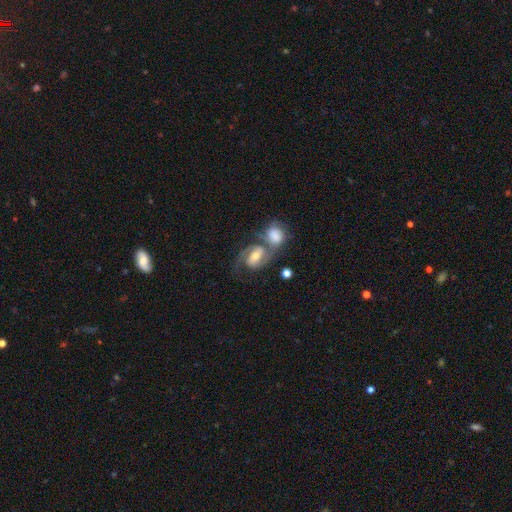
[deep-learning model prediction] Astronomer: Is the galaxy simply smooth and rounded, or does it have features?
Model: featured or disk — 79%.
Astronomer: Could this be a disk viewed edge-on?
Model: no — 97%.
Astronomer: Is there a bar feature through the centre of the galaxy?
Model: weak — 45% (runner-up: no, 29%).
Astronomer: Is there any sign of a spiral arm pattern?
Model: yes — 95%.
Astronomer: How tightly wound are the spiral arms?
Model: medium — 54% (runner-up: tight, 29%).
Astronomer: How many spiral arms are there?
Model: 2 — 88%.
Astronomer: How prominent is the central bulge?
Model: moderate — 57%.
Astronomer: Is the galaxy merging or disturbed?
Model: merger — 53% (runner-up: none, 32%).